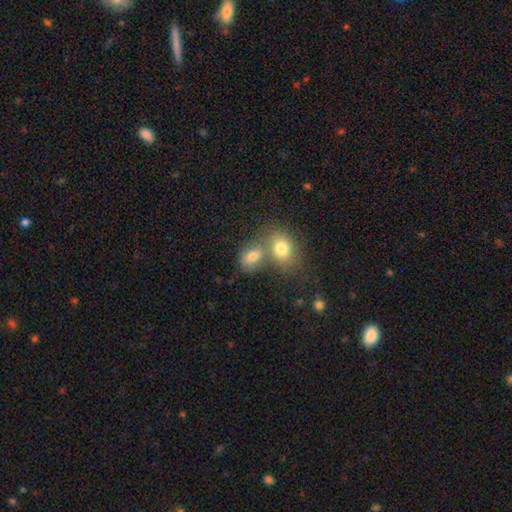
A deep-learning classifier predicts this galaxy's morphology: Smooth or featured? Predicted: smooth (p=0.75). How rounded? Predicted: in between (p=0.69). Merging? Predicted: merger (p=0.52).